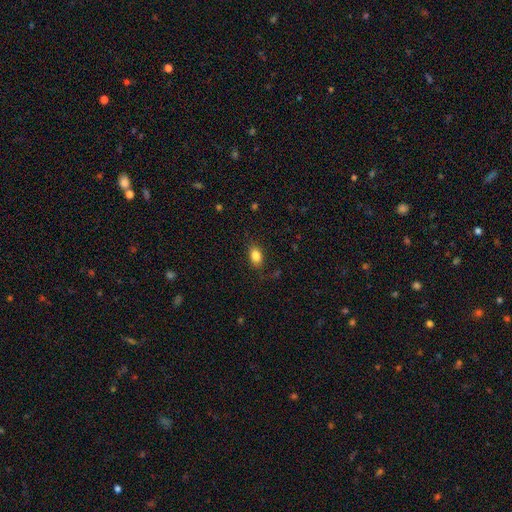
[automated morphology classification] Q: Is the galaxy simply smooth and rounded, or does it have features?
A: smooth — 83%.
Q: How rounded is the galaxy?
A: in between — 81%.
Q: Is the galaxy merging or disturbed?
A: none — 83%.